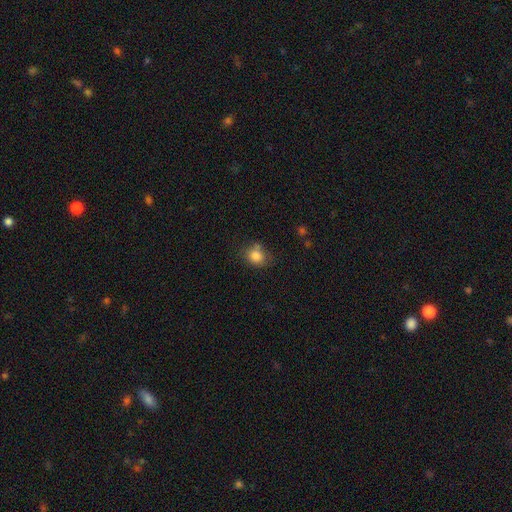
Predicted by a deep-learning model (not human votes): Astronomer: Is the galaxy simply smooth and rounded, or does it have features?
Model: smooth — 83%.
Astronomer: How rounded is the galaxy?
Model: round — 63%.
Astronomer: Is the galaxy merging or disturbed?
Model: none — 60%.